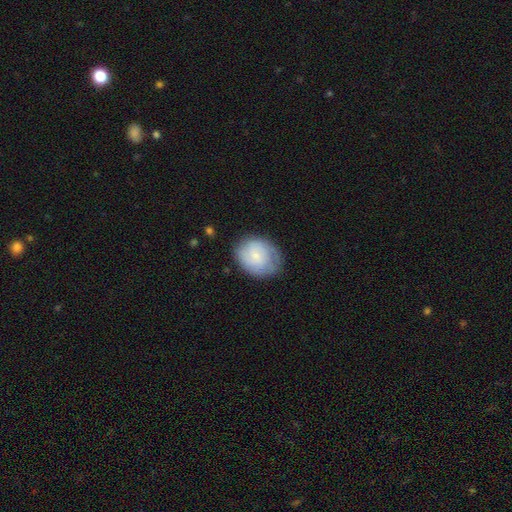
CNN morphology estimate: A smooth galaxy with no disk features (61%) that is round (56%). Merging: none (68%).